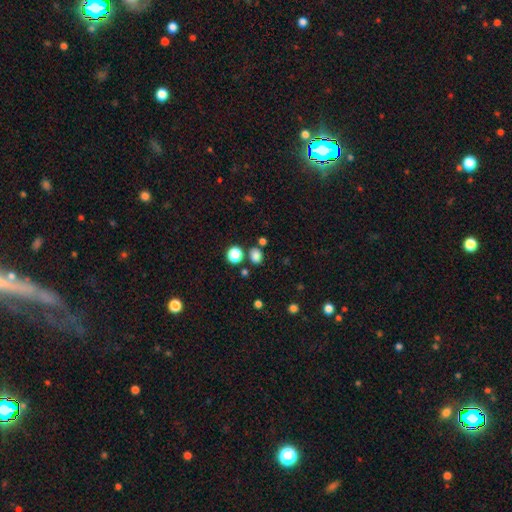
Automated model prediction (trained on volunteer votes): Smooth or featured: smooth — 80% (star or artifact — 16%)
How rounded: round — 52% (in between — 47%)
Merging: none — 77% (minor disturbance — 10%)